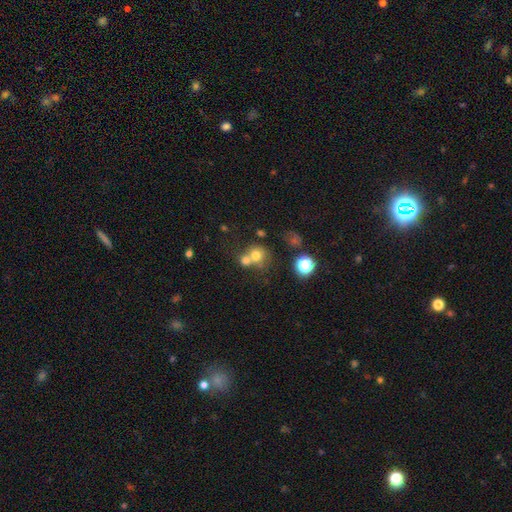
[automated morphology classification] A smooth galaxy with no disk features (69%) that is round (80%). Merging: merger (48%).